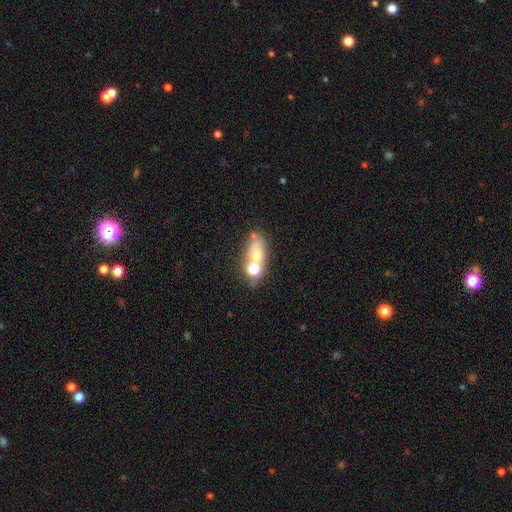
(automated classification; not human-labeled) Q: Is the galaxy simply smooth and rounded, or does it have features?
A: smooth — 57%.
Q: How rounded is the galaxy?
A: in between — 61%.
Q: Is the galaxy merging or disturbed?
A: merger — 51%.